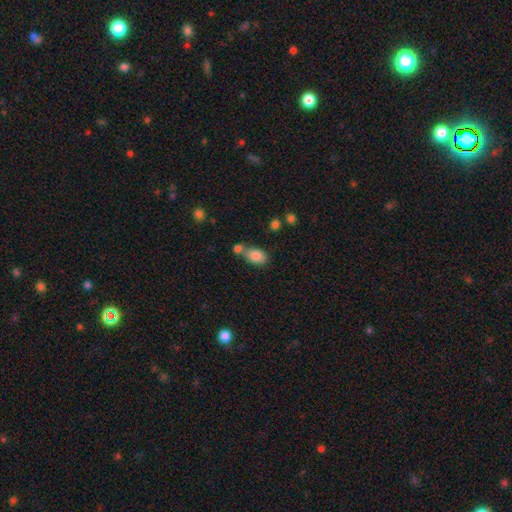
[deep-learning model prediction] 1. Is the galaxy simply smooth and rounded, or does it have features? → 84% smooth, 8% star or artifact, 7% featured or disk.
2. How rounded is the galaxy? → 87% in between, 11% round, 2% cigar-shaped.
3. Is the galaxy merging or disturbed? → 48% none, 33% merger, 14% minor disturbance, 5% major disturbance.